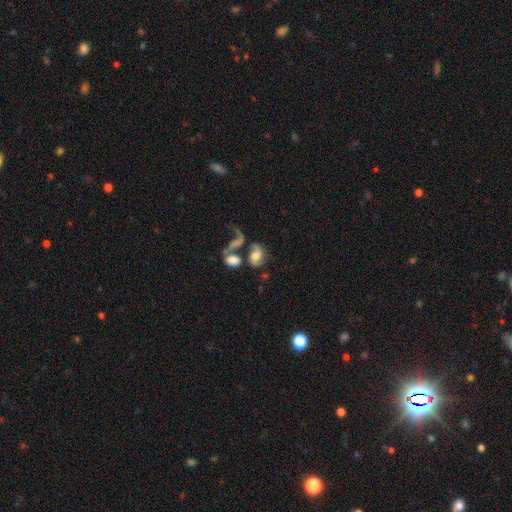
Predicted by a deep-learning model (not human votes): The model was most divided on "smooth or featured": featured or disk: 52%, smooth: 38%, star or artifact: 11%. Remaining: edge-on disk — no (96%); merging — merger (43%).